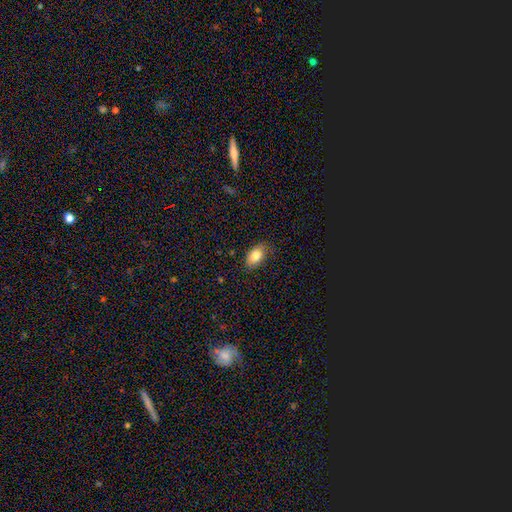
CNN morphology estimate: Smooth or featured? Predicted: smooth (p=0.82). How rounded? Predicted: in between (p=0.91). Merging? Predicted: none (p=0.79).